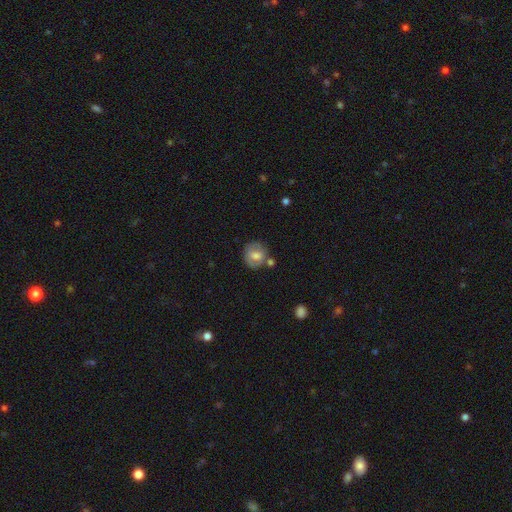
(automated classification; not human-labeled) Overall: smooth (66%). How rounded: round (79%). Merging: none (68%).